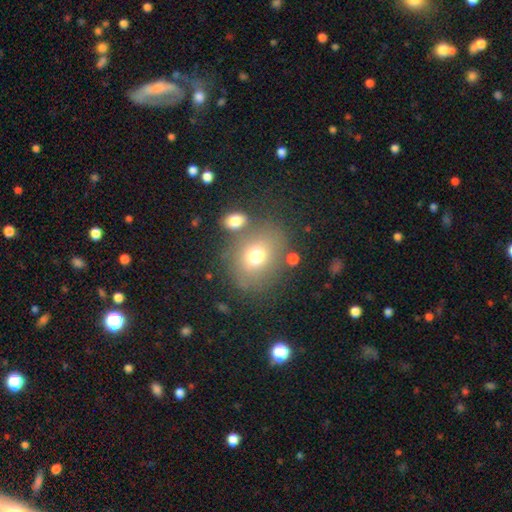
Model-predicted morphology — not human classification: type=smooth (69%); roundness=round (61%); merging=none (69%).